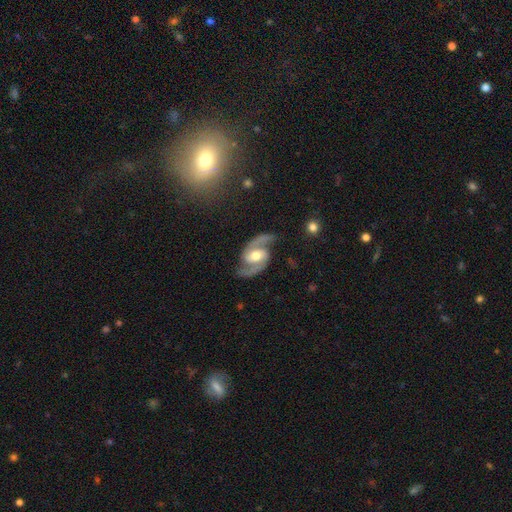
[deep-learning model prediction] Overall: featured or disk (92%). Edge-on disk: no (98%). Bar: weak (43%; no 35%). Spiral arms: yes (98%). Spiral arm count: 2 (94%). Spiral winding: medium (57%; loose 28%). Bulge size: moderate (74%). Merging: none (79%).